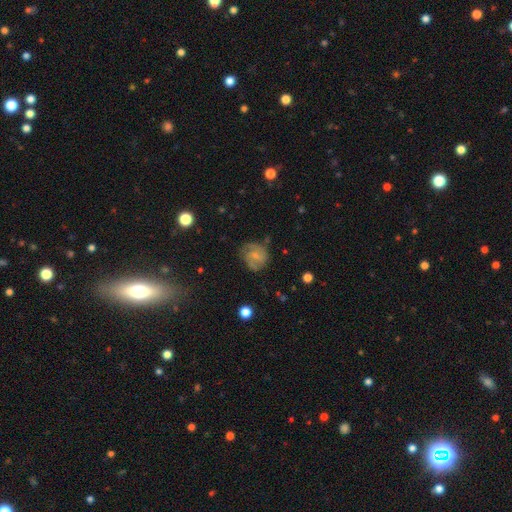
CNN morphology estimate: Smooth or featured?
  - featured or disk: 56% *
  - smooth: 35%
  - star or artifact: 9%
Edge-on disk?
  - no: 98% *
  - yes: 2%
Bar?
  - no: 50% *
  - weak: 43%
  - strong: 7%
Spiral arms?
  - yes: 86% *
  - no: 14%
Bulge size?
  - small: 55% *
  - none: 21%
  - moderate: 21%
  - large: 2%
  - dominant: 1%
Merging?
  - none: 64% *
  - minor disturbance: 23%
  - major disturbance: 11%
  - merger: 2%